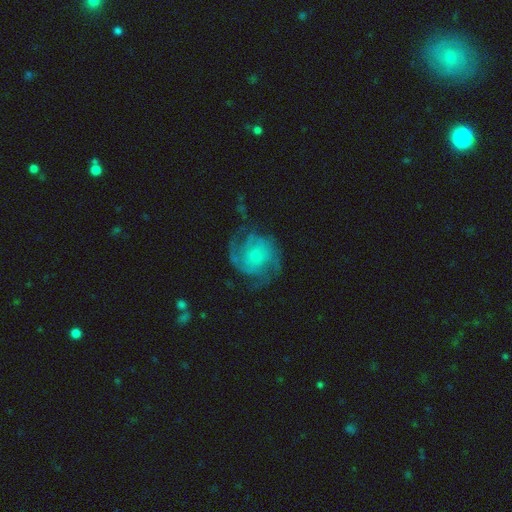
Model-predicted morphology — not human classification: Smooth or featured: featured or disk — 84% (smooth — 10%)
Edge-on disk: no — 98% (yes — 2%)
Bar: no — 74% (weak — 22%)
Spiral arms: yes — 96% (no — 4%)
Spiral winding: medium — 44% (tight — 40%)
Spiral arm count: 2 — 56% (3 — 17%)
Bulge size: small — 70% (moderate — 20%)
Merging: none — 66% (minor disturbance — 18%)